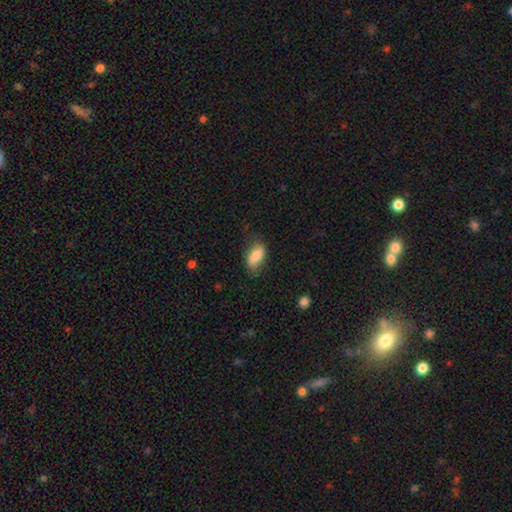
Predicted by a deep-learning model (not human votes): Smooth or featured? smooth (78%)
How rounded? in between (90%)
Merging? none (69%)